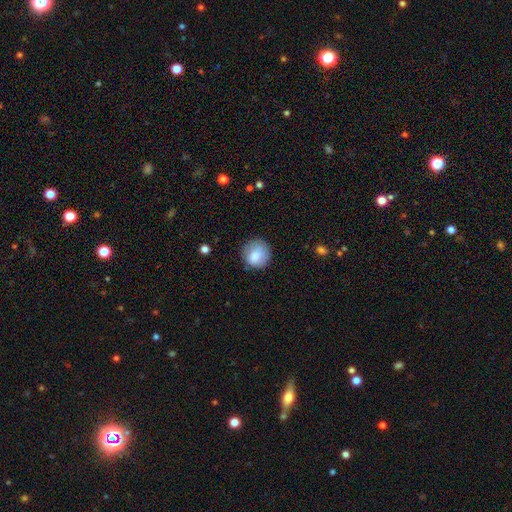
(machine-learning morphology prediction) Q: Smooth or featured?
A: smooth (83%); runner-up: featured or disk (9%)
Q: How rounded?
A: round (90%); runner-up: in between (9%)
Q: Merging?
A: none (79%); runner-up: minor disturbance (16%)